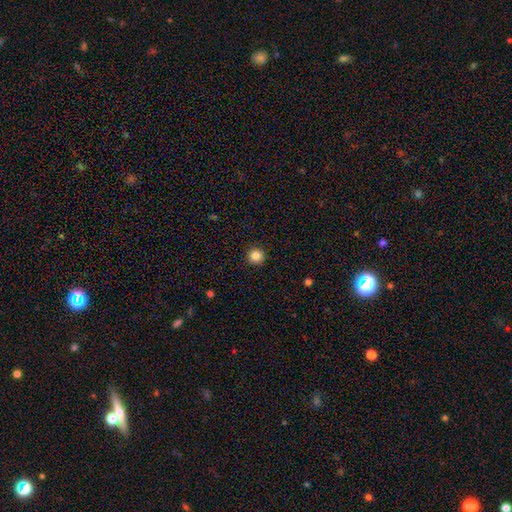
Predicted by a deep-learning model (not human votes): This appears to be a smooth galaxy with no disk features (85%) that is round (95%). Merging: none (92%).